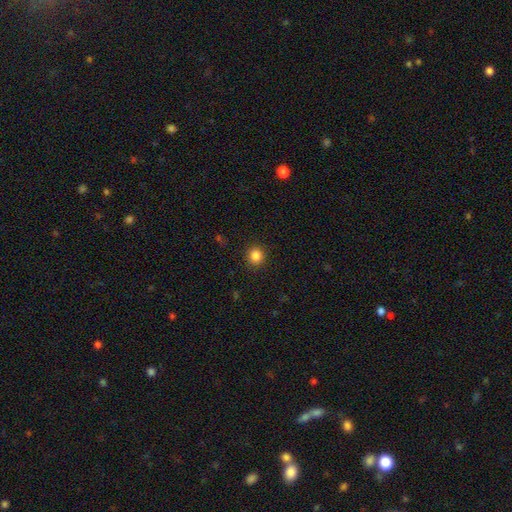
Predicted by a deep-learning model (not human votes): Smooth or featured?
  - smooth: 85% *
  - star or artifact: 11%
  - featured or disk: 4%
How rounded?
  - round: 87% *
  - in between: 13%
  - cigar-shaped: 1%
Merging?
  - none: 90% *
  - minor disturbance: 7%
  - major disturbance: 2%
  - merger: 1%